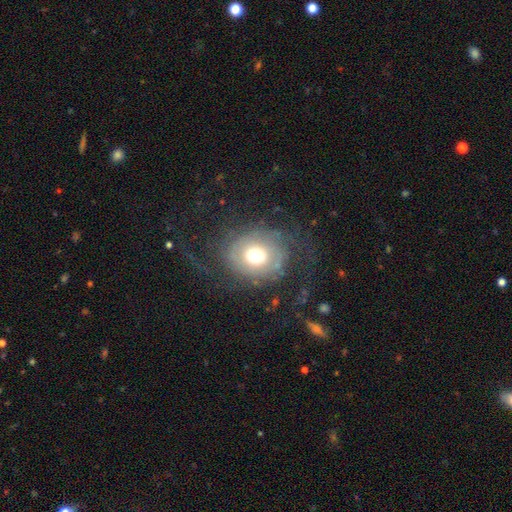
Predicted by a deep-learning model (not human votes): smooth_or_featured: featured or disk (p=0.63) [alt: smooth p=0.28]
disk_edge_on: no (p=0.96) [alt: yes p=0.04]
bar: no (p=0.79) [alt: weak p=0.17]
has_spiral_arms: yes (p=0.74) [alt: no p=0.26]
bulge_size: moderate (p=0.55) [alt: large p=0.32]
merging: none (p=0.61) [alt: major disturbance p=0.21]